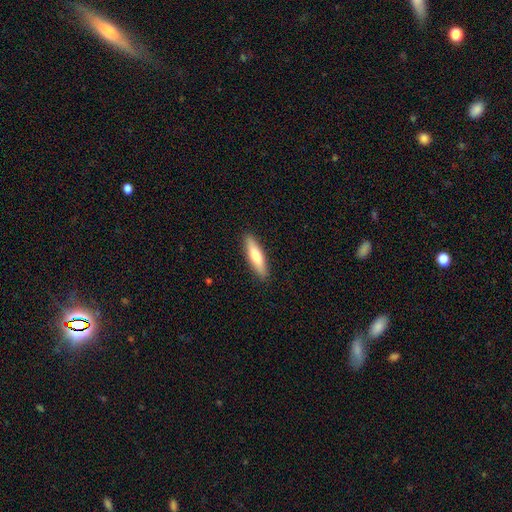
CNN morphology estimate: Smooth or featured?
  - smooth: 70% *
  - featured or disk: 24%
  - star or artifact: 5%
How rounded?
  - cigar-shaped: 76% *
  - in between: 23%
  - round: 1%
Merging?
  - none: 90% *
  - minor disturbance: 8%
  - major disturbance: 2%
  - merger: 1%